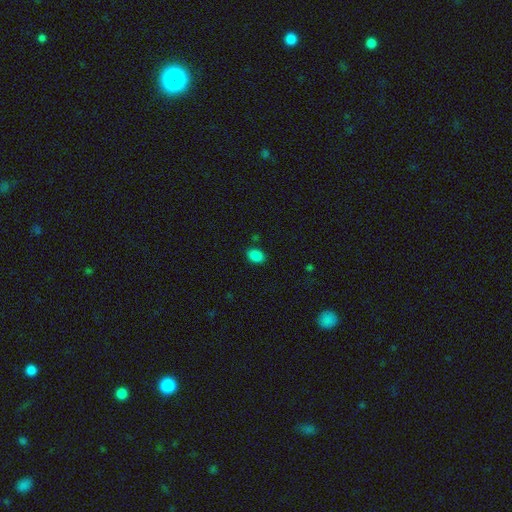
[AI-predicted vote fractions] Smooth or featured?
  - smooth: 86% *
  - star or artifact: 10%
  - featured or disk: 4%
How rounded?
  - in between: 77% *
  - round: 22%
  - cigar-shaped: 1%
Merging?
  - none: 85% *
  - minor disturbance: 10%
  - major disturbance: 3%
  - merger: 2%